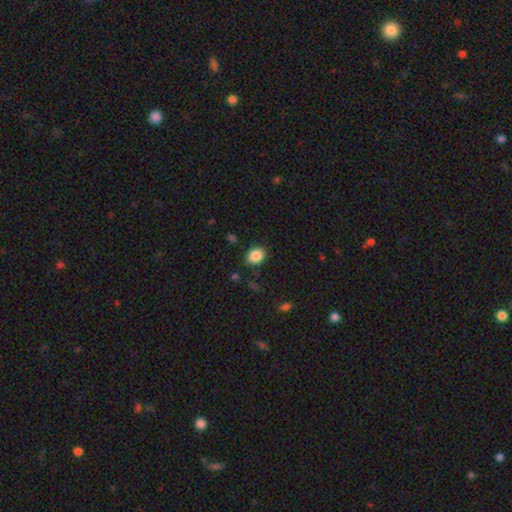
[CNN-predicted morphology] Smooth or featured? Predicted: smooth (p=0.87). How rounded? Predicted: in between (p=0.60). Merging? Predicted: none (p=0.83).